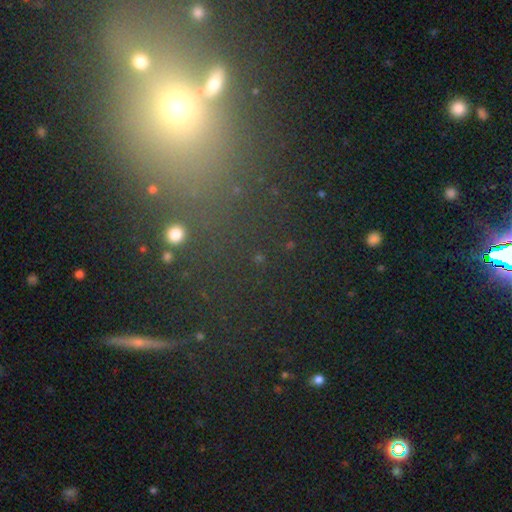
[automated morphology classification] Smooth or featured? Predicted: star or artifact (p=0.46).